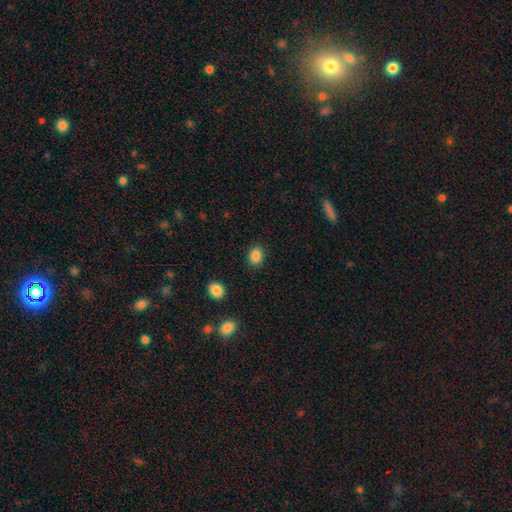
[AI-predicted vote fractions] Smooth or featured? smooth (87%)
How rounded? in between (63%)
Merging? none (88%)